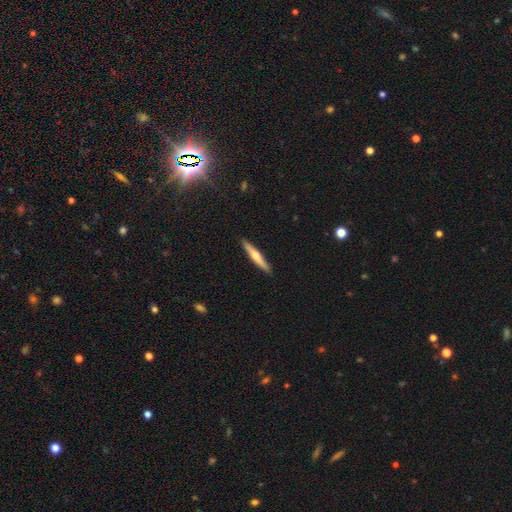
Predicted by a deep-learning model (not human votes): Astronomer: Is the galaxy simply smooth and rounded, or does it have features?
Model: featured or disk — 54% (runner-up: smooth, 41%).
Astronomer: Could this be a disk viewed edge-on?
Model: yes — 96%.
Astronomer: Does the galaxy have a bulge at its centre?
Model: rounded — 83%.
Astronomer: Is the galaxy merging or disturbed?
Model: none — 91%.